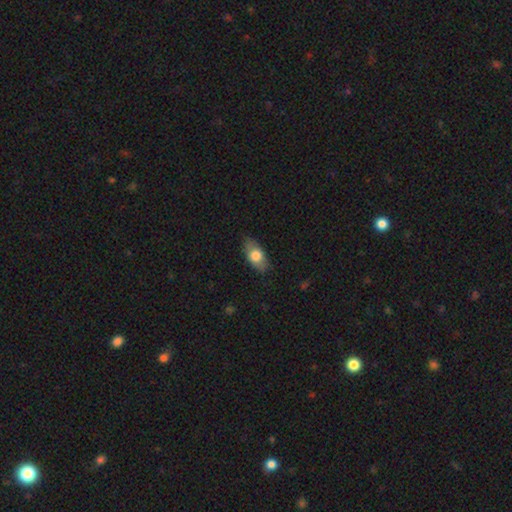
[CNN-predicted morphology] The model was most divided on "smooth or featured": smooth: 71%, featured or disk: 23%, star or artifact: 6%. More confident: how rounded — in between (88%); merging — none (81%).